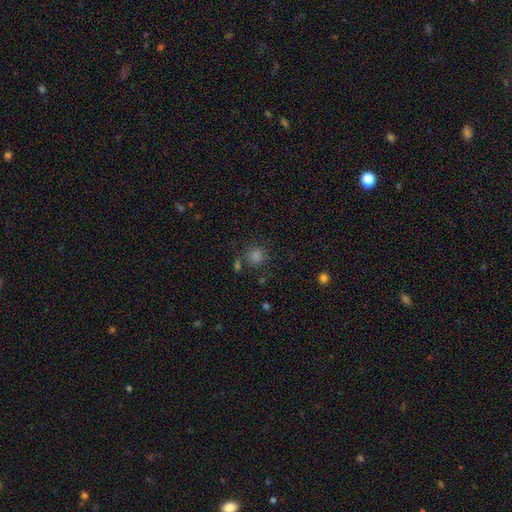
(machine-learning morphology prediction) Smooth or featured?
  - smooth: 70% *
  - star or artifact: 25%
  - featured or disk: 6%
How rounded?
  - round: 91% *
  - in between: 8%
  - cigar-shaped: 1%
Merging?
  - none: 79% *
  - minor disturbance: 9%
  - merger: 8%
  - major disturbance: 4%